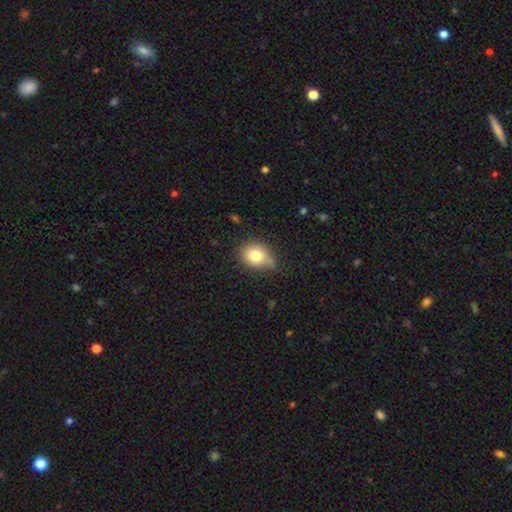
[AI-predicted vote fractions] Morphology: type=smooth (78%); roundness=round (52%); merging=none (58%).